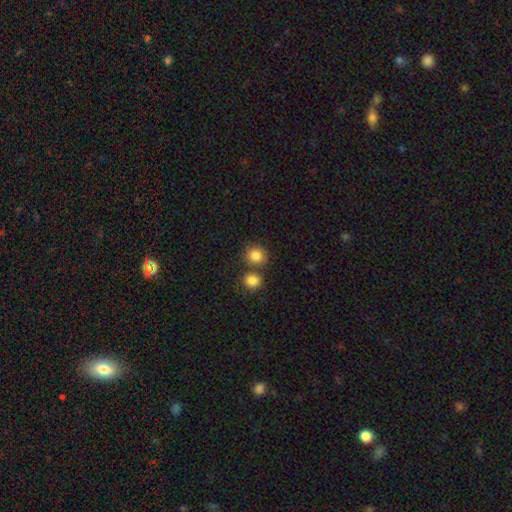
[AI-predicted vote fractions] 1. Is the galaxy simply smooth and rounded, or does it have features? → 84% smooth, 10% star or artifact, 5% featured or disk.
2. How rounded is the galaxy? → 83% round, 16% in between, 1% cigar-shaped.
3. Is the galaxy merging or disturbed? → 67% none, 22% merger, 8% minor disturbance, 3% major disturbance.